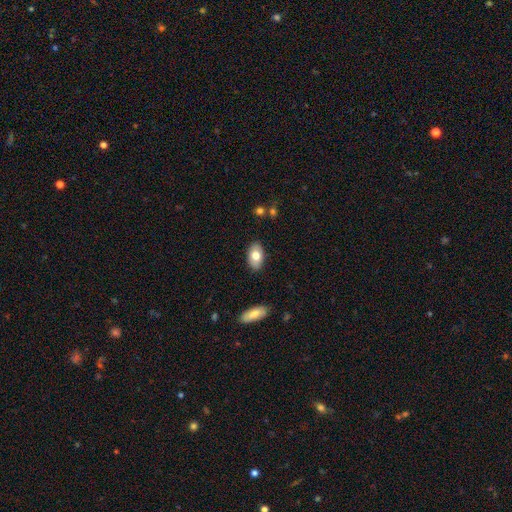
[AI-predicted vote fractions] A smooth galaxy with no disk features (76%) that is in between round and cigar-shaped (93%).

Vote fractions:
- Smooth or featured? smooth: 76% / featured or disk: 18% / star or artifact: 6%
- How rounded? in between: 93% / round: 5% / cigar-shaped: 2%
- Merging? none: 87% / minor disturbance: 10% / major disturbance: 2% / merger: 1%